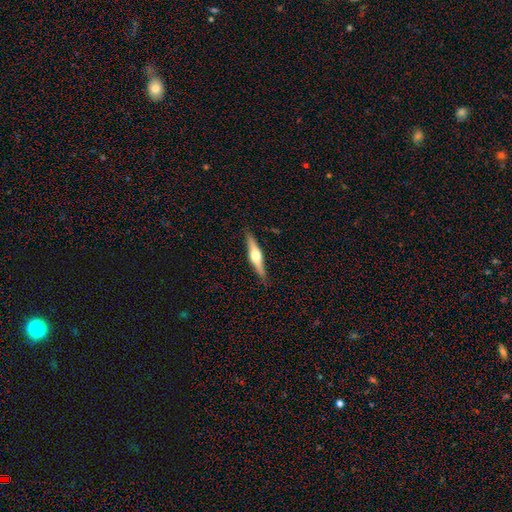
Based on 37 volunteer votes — This is clearly a featured or disk galaxy (86%). It is clearly viewed edge-on (100%). Edge-on bulge: clearly rounded (100%). Merging: clearly none (86%).